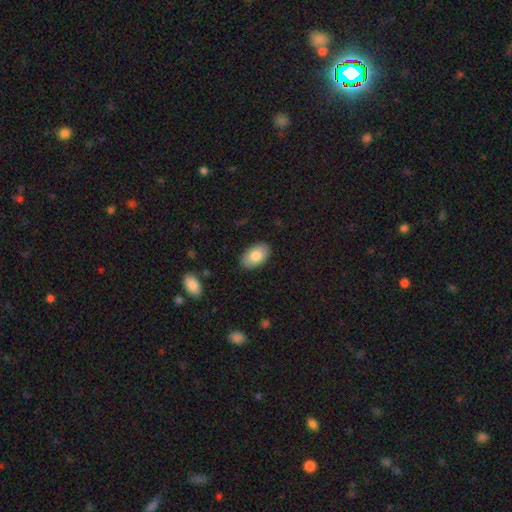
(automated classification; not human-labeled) The model was most divided on "smooth or featured": smooth: 81%, featured or disk: 12%, star or artifact: 6%. More confident: how rounded — in between (94%); merging — none (87%).